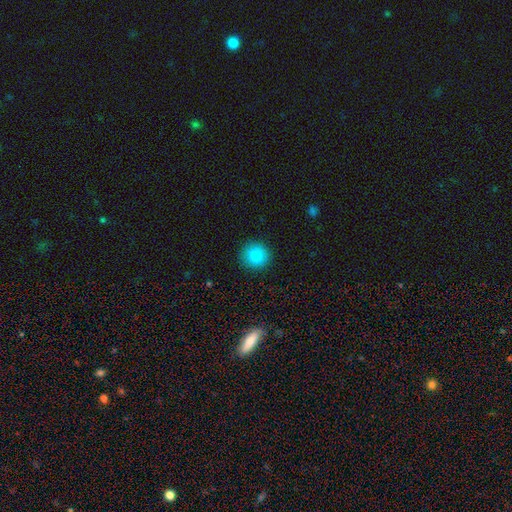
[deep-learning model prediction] Smooth or featured: smooth — 83% (star or artifact — 10%)
How rounded: round — 92% (in between — 7%)
Merging: none — 91% (minor disturbance — 6%)